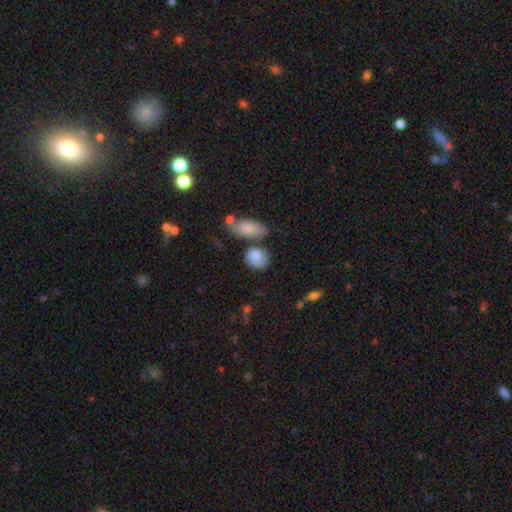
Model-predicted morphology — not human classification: A smooth galaxy with no disk features (76%) that is round (55%). Merging: none (53%).